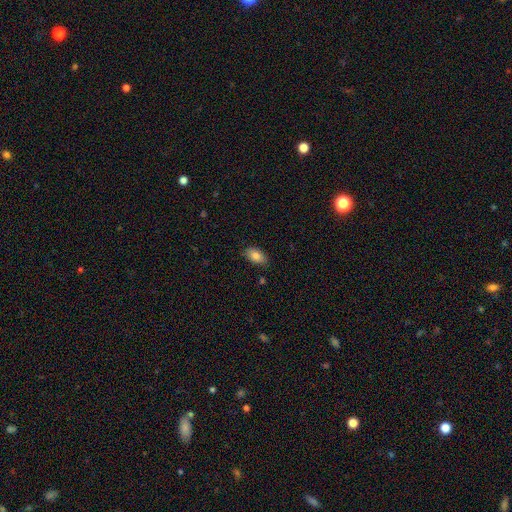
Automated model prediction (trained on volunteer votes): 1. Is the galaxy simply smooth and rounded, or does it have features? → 84% smooth, 9% featured or disk, 8% star or artifact.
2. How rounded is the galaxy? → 92% in between, 5% round, 2% cigar-shaped.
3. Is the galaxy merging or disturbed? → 83% none, 13% minor disturbance, 2% major disturbance, 1% merger.